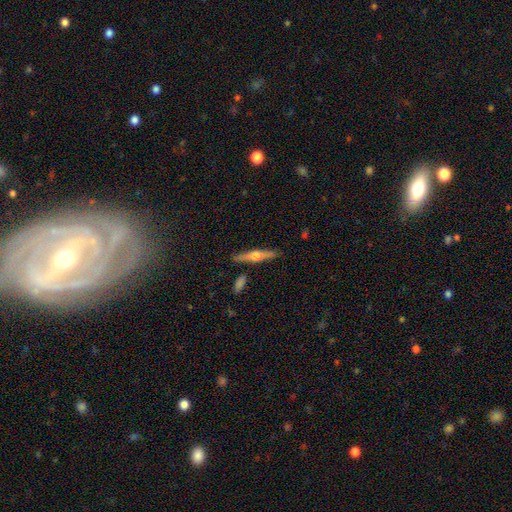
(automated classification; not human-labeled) A featured or disk galaxy (61%) viewed edge-on (96%) with a rounded central bulge (89%). Merging: none (86%).